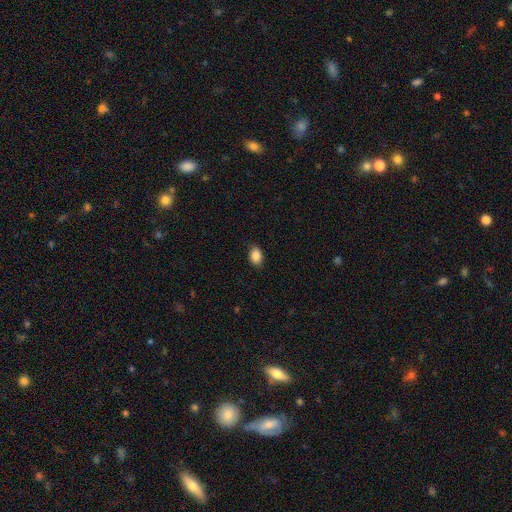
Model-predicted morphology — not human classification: Overall: smooth (88%). How rounded: in between (79%). Merging: none (86%).